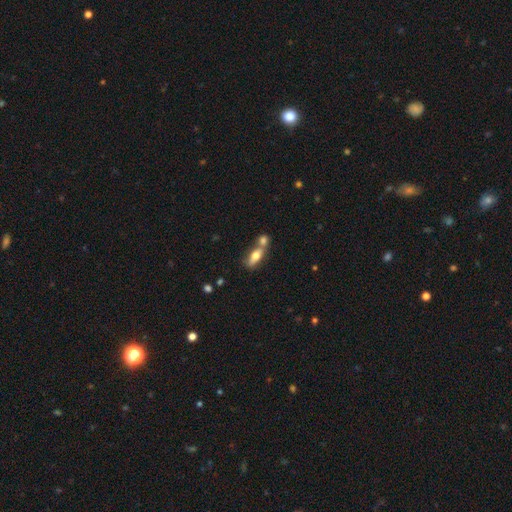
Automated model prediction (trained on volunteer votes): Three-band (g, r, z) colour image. It shows a smooth galaxy with no disk features (65%) that is in between round and cigar-shaped (67%). Merging: merger (51%).